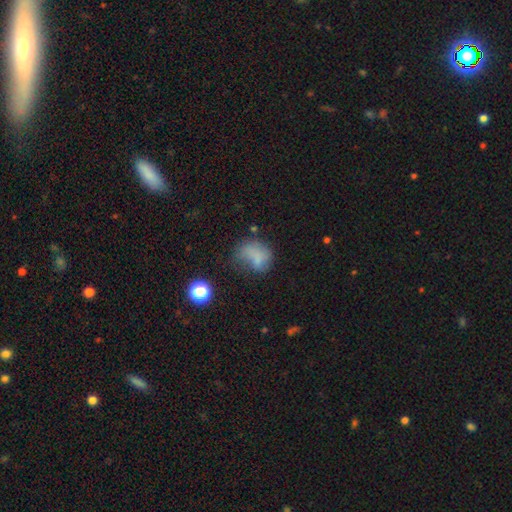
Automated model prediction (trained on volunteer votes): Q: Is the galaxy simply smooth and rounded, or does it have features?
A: smooth — 66%.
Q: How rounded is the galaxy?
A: in between — 59%.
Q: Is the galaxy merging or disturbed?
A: none — 32%, tied with major disturbance.